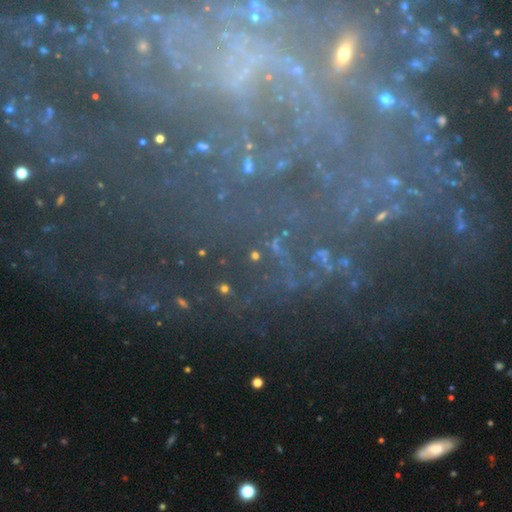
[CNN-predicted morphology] A star or artifact, not a galaxy (51%).